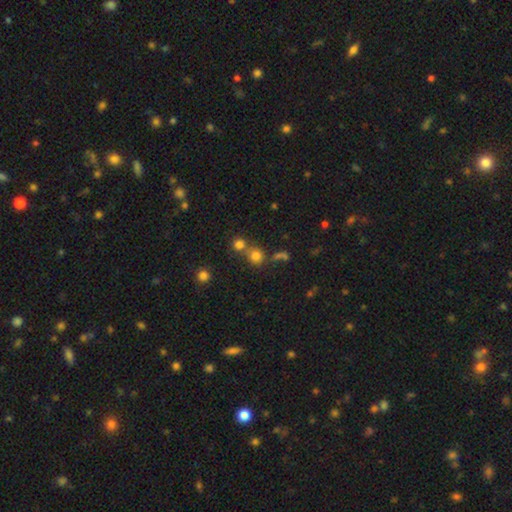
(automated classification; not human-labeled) This appears to be a smooth galaxy with no disk features (74%) that is round (88%). Merging: none (54%).